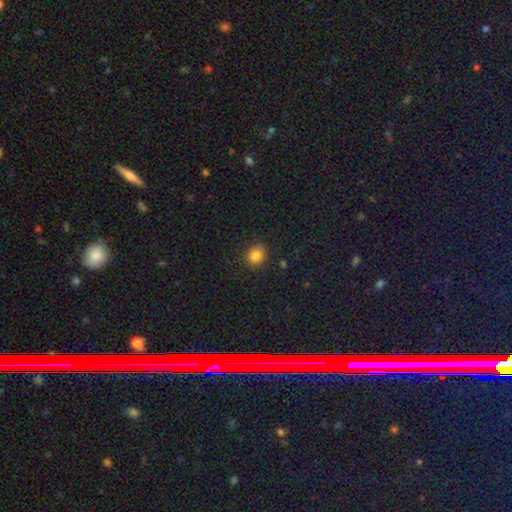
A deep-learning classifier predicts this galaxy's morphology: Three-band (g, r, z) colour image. It shows a smooth galaxy with no disk features (83%) that is round (80%). Merging: none (81%).